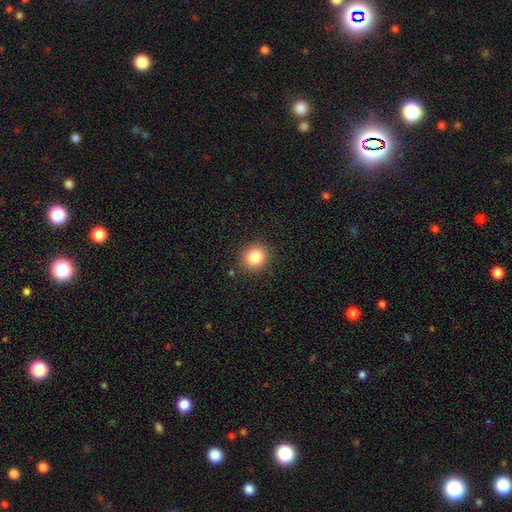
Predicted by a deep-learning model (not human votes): smooth 84%, star or artifact 10%, featured or disk 5%. Down the decision tree: how rounded — round (82%); merging — none (89%).